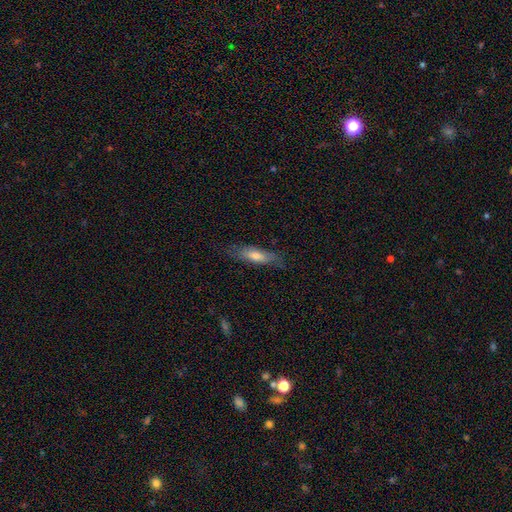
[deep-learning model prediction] smooth 59%, featured or disk 34%, star or artifact 7%. Down the decision tree: how rounded — cigar-shaped (63%); merging — none (76%).